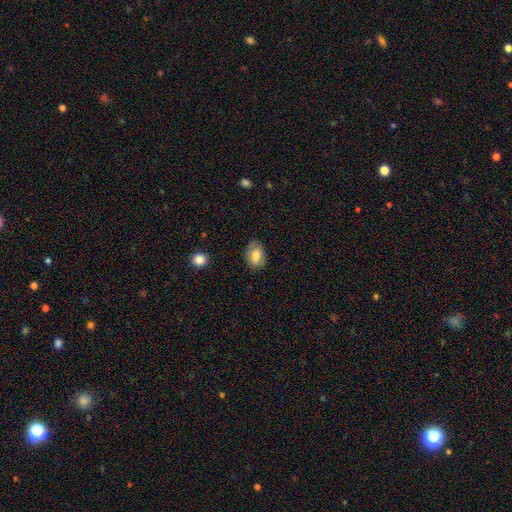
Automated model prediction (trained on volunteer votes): smooth_or_featured: smooth (p=0.78) [alt: featured or disk p=0.14]
how_rounded: in between (p=0.84) [alt: round p=0.14]
merging: none (p=0.79) [alt: minor disturbance p=0.17]